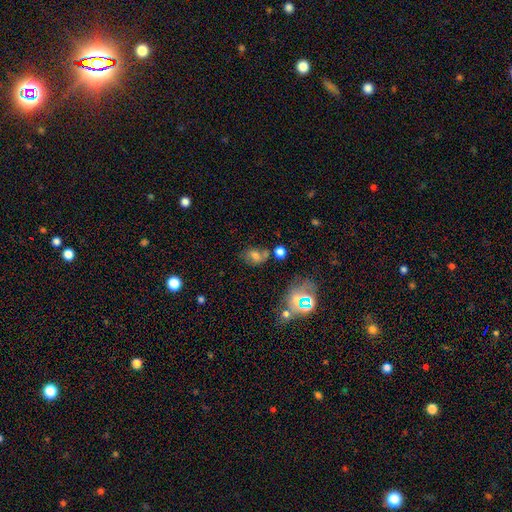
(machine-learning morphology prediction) A smooth galaxy with no disk features (52%) that is in between round and cigar-shaped (67%).

Vote fractions:
- Smooth or featured? smooth: 52% / featured or disk: 26% / star or artifact: 21%
- How rounded? in between: 67% / round: 31% / cigar-shaped: 2%
- Merging? none: 52% / minor disturbance: 20% / merger: 18% / major disturbance: 10%